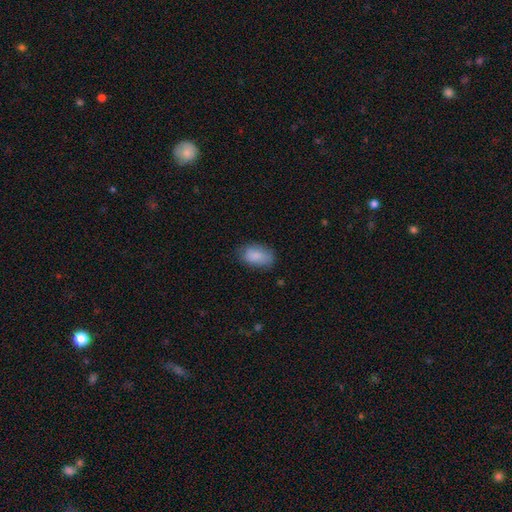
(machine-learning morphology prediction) This appears to be a smooth galaxy with no disk features (86%) that is in between round and cigar-shaped (91%). Merging: none (68%).